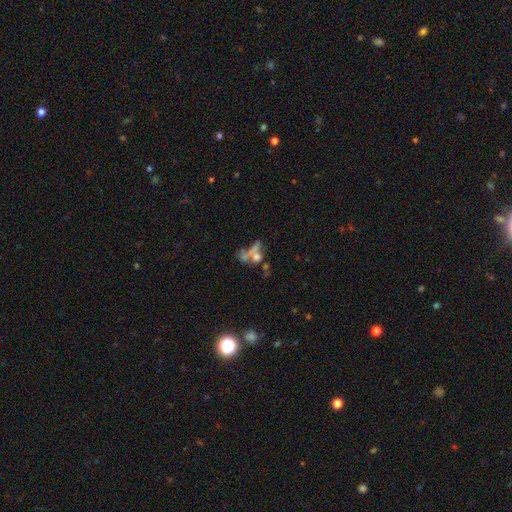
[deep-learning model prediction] smooth_or_featured: smooth (p=0.45) [alt: featured or disk p=0.35]
merging: merger (p=0.45) [alt: none p=0.27]